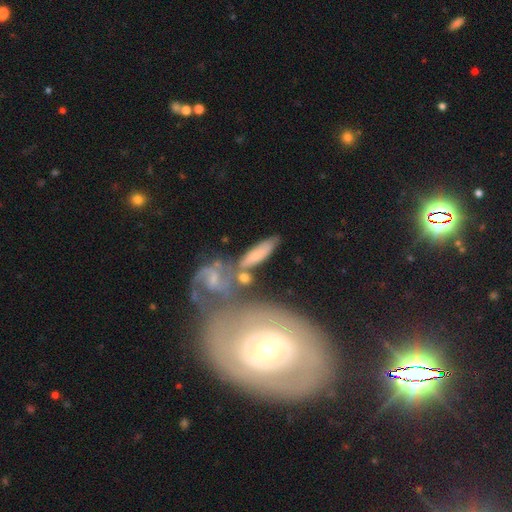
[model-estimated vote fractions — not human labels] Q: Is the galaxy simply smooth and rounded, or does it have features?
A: featured or disk — 48%.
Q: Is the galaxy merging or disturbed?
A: none — 49%.